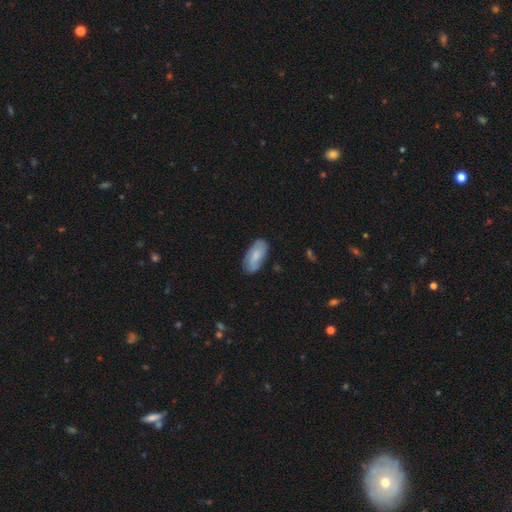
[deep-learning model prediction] Smooth or featured? smooth (72%)
How rounded? in between (91%)
Merging? none (76%)